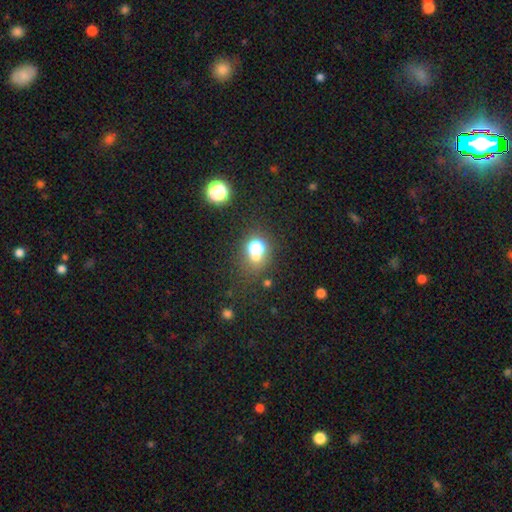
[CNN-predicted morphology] A smooth galaxy with no disk features (64%) that is round (63%). Merging: none (40%, tied with merger).